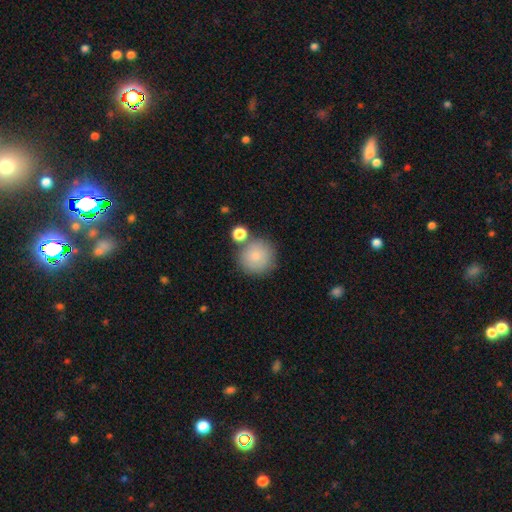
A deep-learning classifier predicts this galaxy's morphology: This appears to be a smooth galaxy with no disk features (82%) that is round (94%). Merging: none (71%).